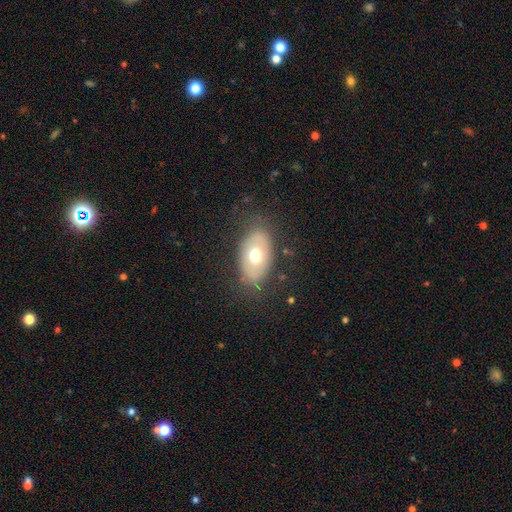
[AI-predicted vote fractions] smooth-or-featured: smooth: 60% | featured or disk: 31% | star or artifact: 9%
  how-rounded: in between: 87% | round: 11% | cigar-shaped: 2%
  merging: none: 75% | minor disturbance: 17% | major disturbance: 7% | merger: 1%